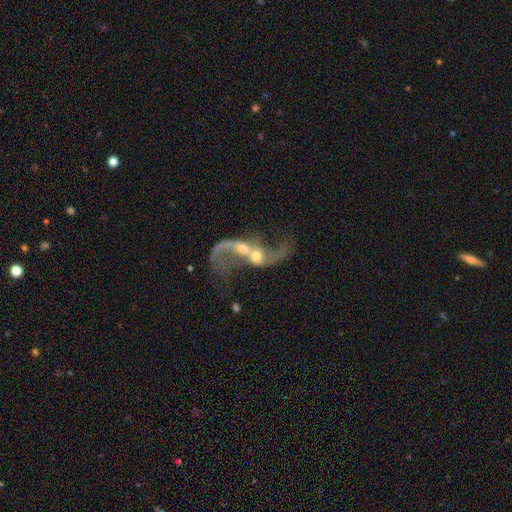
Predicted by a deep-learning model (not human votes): Smooth or featured: featured or disk — 76% (smooth — 15%)
Edge-on disk: no — 96% (yes — 4%)
Bar: no — 57% (weak — 31%)
Spiral arms: yes — 79% (no — 21%)
Spiral winding: loose — 88% (medium — 10%)
Spiral arm count: 2 — 78% (1 — 12%)
Bulge size: moderate — 54% (small — 25%)
Merging: merger — 73% (none — 11%)